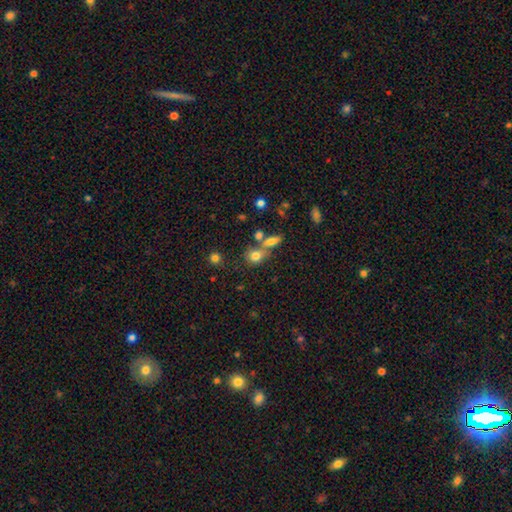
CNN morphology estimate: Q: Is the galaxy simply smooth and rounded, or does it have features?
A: smooth — 76%.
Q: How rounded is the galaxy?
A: round — 69%.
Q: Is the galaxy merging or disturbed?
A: none — 49%.